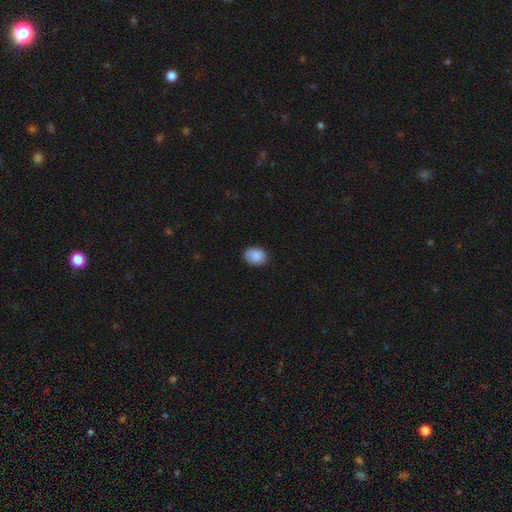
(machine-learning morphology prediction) This appears to be a smooth galaxy with no disk features (88%) that is in between round and cigar-shaped (63%). Merging: none (83%).